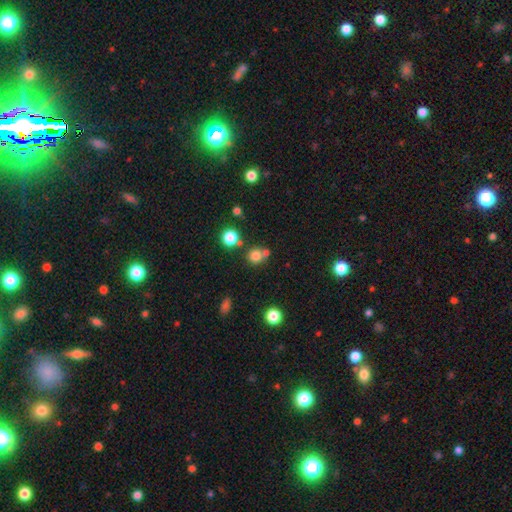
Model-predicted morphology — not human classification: Smooth or featured?
  - smooth: 77% *
  - star or artifact: 15%
  - featured or disk: 8%
How rounded?
  - round: 88% *
  - in between: 11%
  - cigar-shaped: 1%
Merging?
  - none: 60% *
  - merger: 29%
  - minor disturbance: 9%
  - major disturbance: 3%